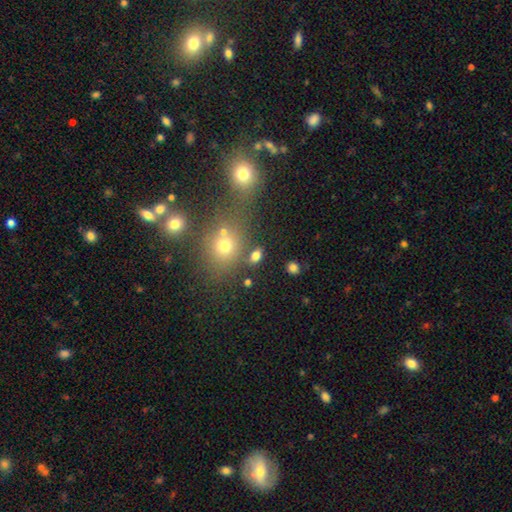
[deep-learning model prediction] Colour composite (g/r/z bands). It shows a smooth galaxy with no disk features (74%) that is in between round and cigar-shaped (70%). Merging: none (74%).